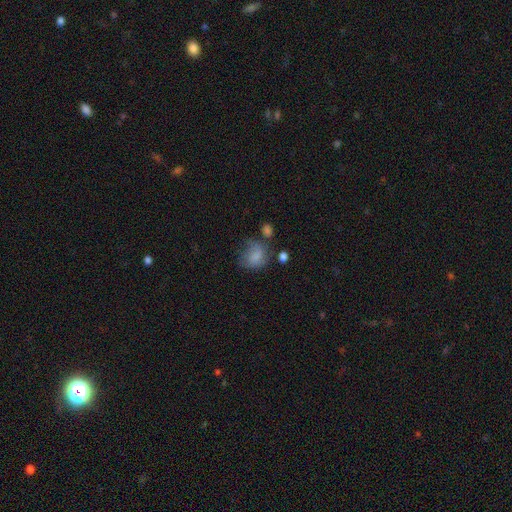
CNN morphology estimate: Smooth or featured? Predicted: smooth (p=0.74). How rounded? Predicted: round (p=0.54). Merging? Predicted: none (p=0.42).